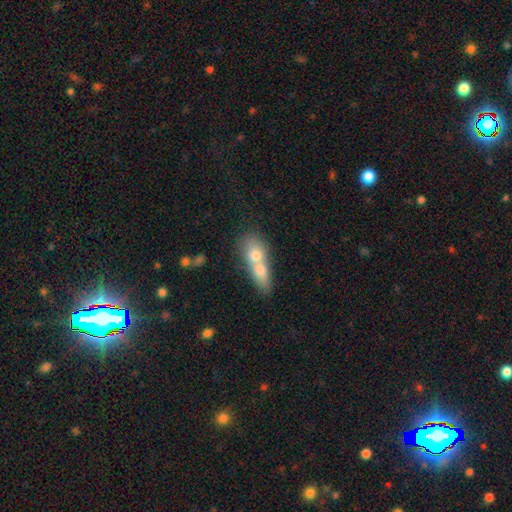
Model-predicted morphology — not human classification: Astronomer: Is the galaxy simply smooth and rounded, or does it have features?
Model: smooth — 54%.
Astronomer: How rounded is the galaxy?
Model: in between — 58%.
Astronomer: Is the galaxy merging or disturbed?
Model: merger — 64%.